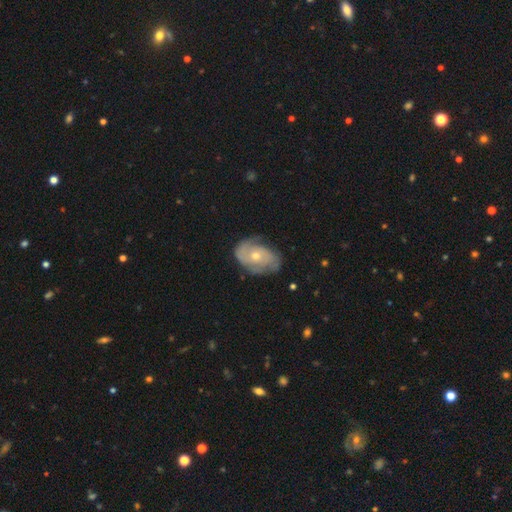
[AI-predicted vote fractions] Smooth or featured? featured or disk (72%)
Edge-on disk? no (96%)
Bar? no (74%)
Spiral arms? yes (88%)
Spiral winding? tight (47%)
Spiral arm count? 2 (50%)
Bulge size? moderate (52%)
Merging? none (69%)